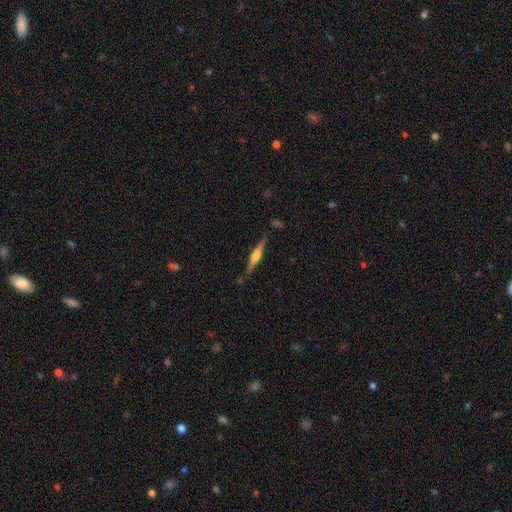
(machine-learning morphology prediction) Smooth or featured? featured or disk (65%)
Edge-on disk? yes (97%)
Edge-on bulge? rounded (69%)
Merging? none (83%)